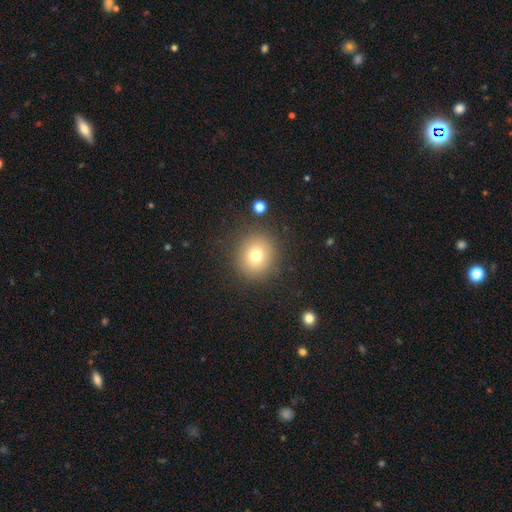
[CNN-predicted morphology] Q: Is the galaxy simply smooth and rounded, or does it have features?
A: smooth — 73%.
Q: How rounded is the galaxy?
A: round — 90%.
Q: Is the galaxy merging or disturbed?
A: none — 87%.